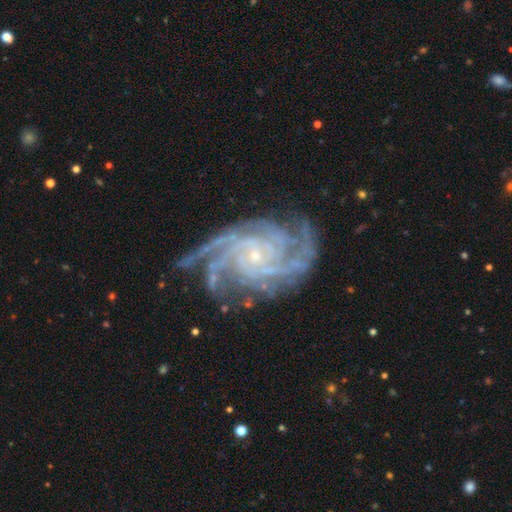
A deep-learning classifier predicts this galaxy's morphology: Smooth or featured: featured or disk — 92% (star or artifact — 5%)
Edge-on disk: no — 98% (yes — 2%)
Bar: no — 70% (weak — 21%)
Spiral arms: yes — 99% (no — 1%)
Spiral winding: tight — 65% (medium — 30%)
Spiral arm count: 4 — 34% (more than 4 — 21%)
Bulge size: small — 86% (moderate — 9%)
Merging: none — 73% (minor disturbance — 17%)